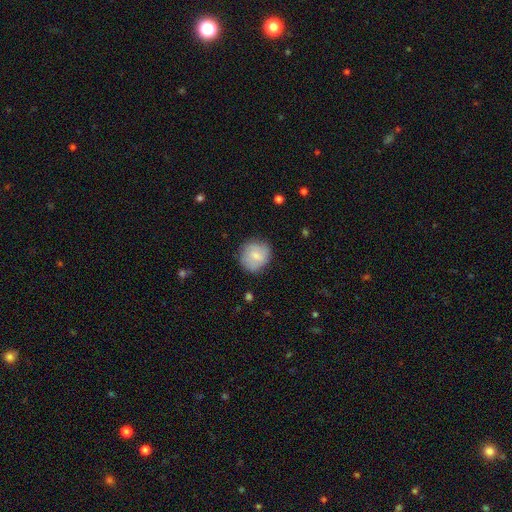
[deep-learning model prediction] This is likely a smooth galaxy (77%). How rounded: clearly round (85%). Merging: likely none (80%).